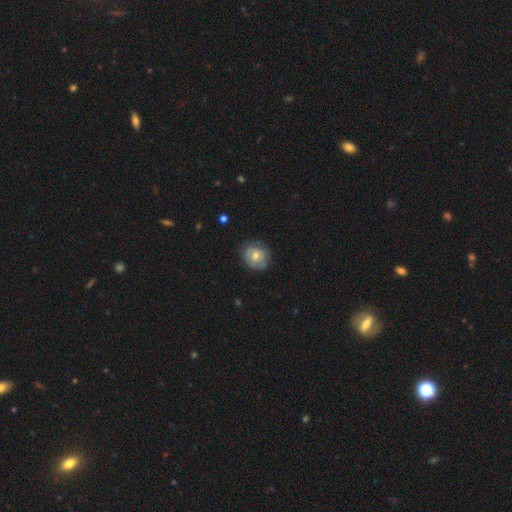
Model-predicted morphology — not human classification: The model was most divided on "smooth or featured": smooth: 53%, featured or disk: 40%, star or artifact: 7%. More confident: how rounded — round (81%); merging — none (71%).